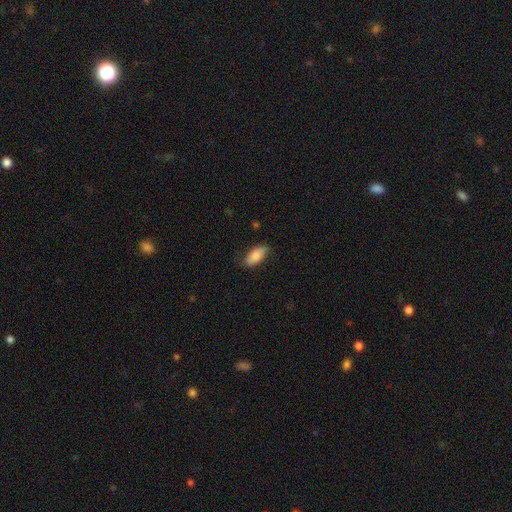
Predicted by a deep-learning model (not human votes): Smooth or featured? Predicted: smooth (p=0.84). How rounded? Predicted: in between (p=0.91). Merging? Predicted: none (p=0.81).